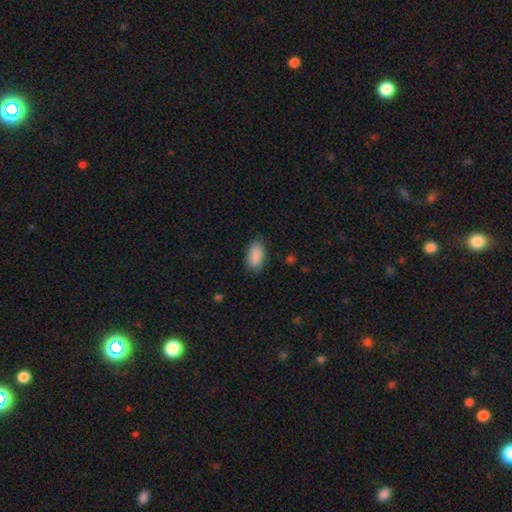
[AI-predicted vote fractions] Smooth or featured? Predicted: smooth (p=0.90). How rounded? Predicted: in between (p=0.94). Merging? Predicted: none (p=0.83).